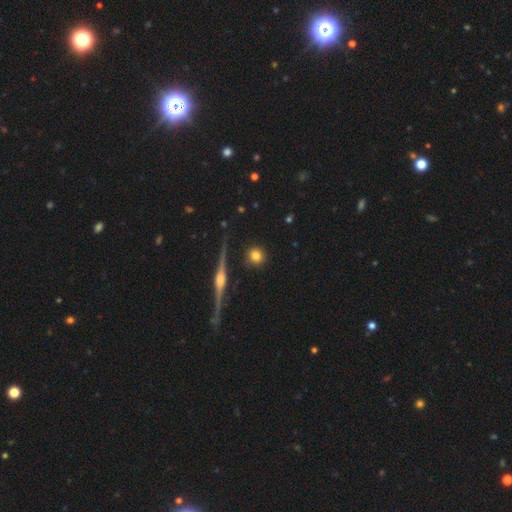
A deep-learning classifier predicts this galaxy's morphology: smooth-or-featured: smooth: 76% | featured or disk: 14% | star or artifact: 10%
  how-rounded: round: 92% | in between: 6% | cigar-shaped: 2%
  merging: none: 88% | minor disturbance: 7% | merger: 2% | major disturbance: 2%